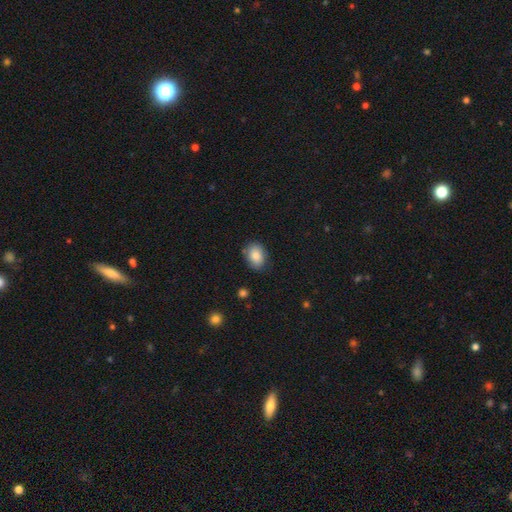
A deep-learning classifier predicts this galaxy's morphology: smooth 85%, featured or disk 8%, star or artifact 8%. Down the decision tree: how rounded — in between (77%); merging — none (79%).